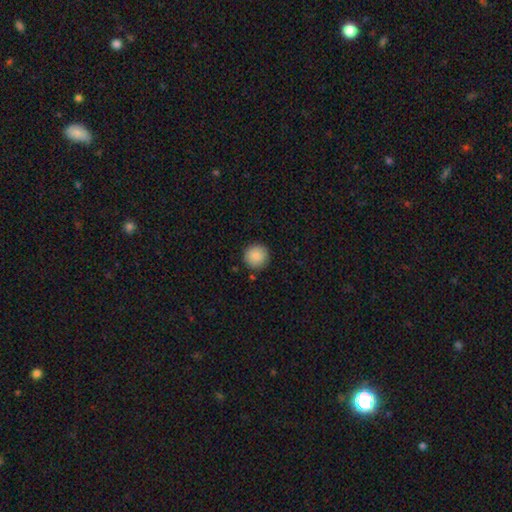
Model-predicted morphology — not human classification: The model was most divided on "smooth or featured": smooth: 89%, star or artifact: 7%, featured or disk: 4%. More confident: how rounded — round (95%); merging — none (90%).